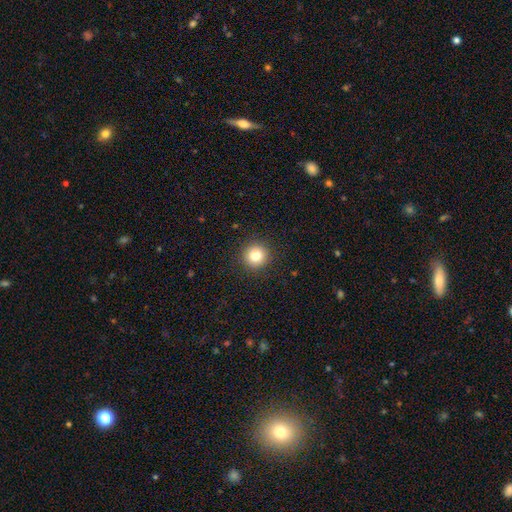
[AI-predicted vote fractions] smooth_or_featured: smooth (p=0.82) [alt: star or artifact p=0.11]
how_rounded: round (p=0.95) [alt: in between p=0.04]
merging: none (p=0.92) [alt: minor disturbance p=0.05]